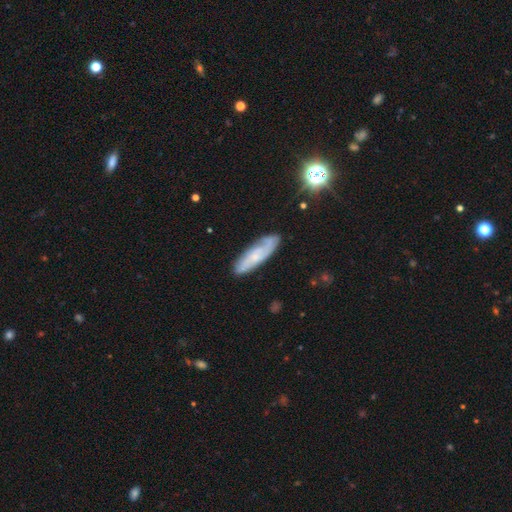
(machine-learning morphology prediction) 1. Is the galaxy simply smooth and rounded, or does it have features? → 52% featured or disk, 40% smooth, 8% star or artifact.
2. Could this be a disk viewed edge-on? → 76% no, 24% yes.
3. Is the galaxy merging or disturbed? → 76% none, 18% minor disturbance, 4% major disturbance, 2% merger.